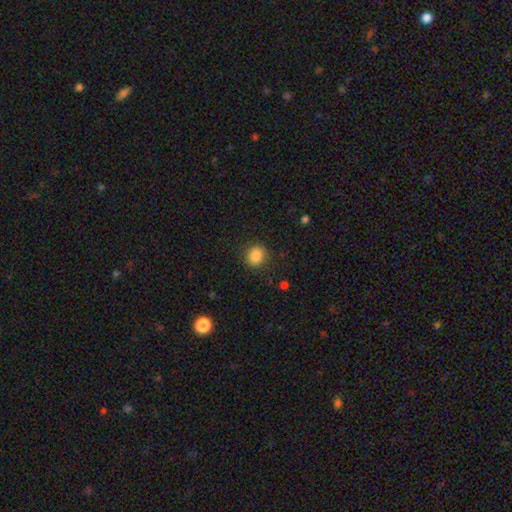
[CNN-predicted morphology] Q: Smooth or featured?
A: smooth (86%); runner-up: star or artifact (10%)
Q: How rounded?
A: round (78%); runner-up: in between (21%)
Q: Merging?
A: none (88%); runner-up: minor disturbance (8%)